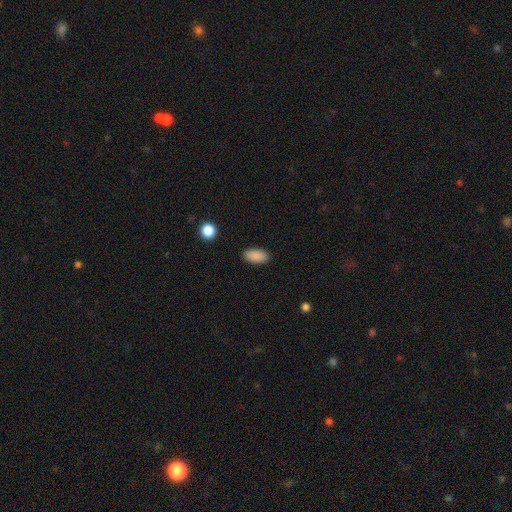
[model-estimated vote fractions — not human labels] This appears to be a smooth galaxy with no disk features (89%) that is in between round and cigar-shaped (92%). Merging: none (89%).